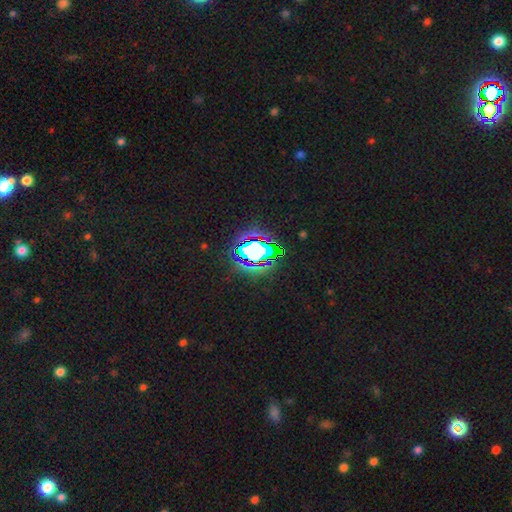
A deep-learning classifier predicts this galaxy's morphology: star or artifact 66%, smooth 21%, featured or disk 14%.